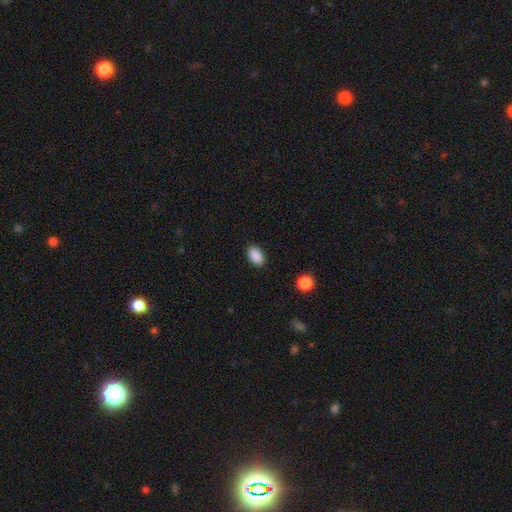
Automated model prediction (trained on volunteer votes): Smooth or featured: smooth — 89% (star or artifact — 8%)
How rounded: in between — 91% (round — 7%)
Merging: none — 88% (minor disturbance — 8%)